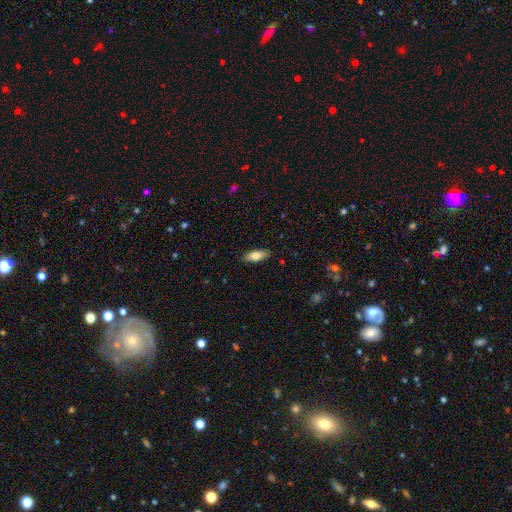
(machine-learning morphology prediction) Smooth or featured: smooth — 77% (featured or disk — 16%)
How rounded: in between — 74% (cigar-shaped — 24%)
Merging: none — 88% (minor disturbance — 9%)